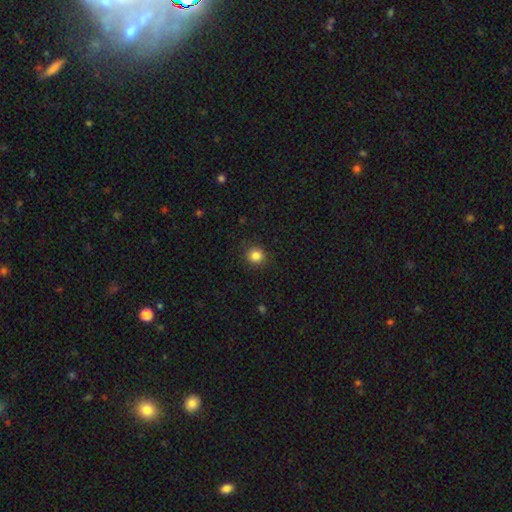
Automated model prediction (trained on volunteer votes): This is clearly a smooth galaxy (84%). How rounded: clearly round (92%). Merging: clearly none (91%).